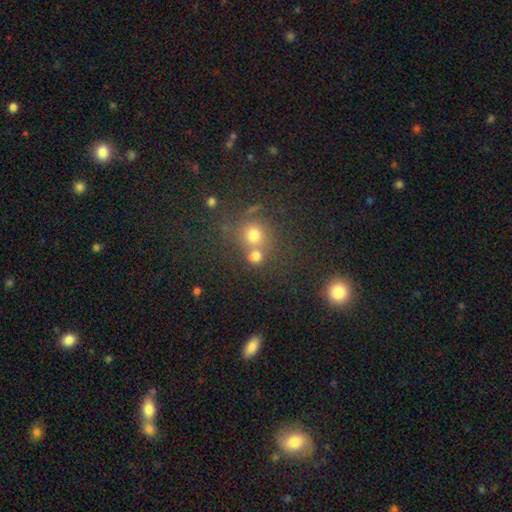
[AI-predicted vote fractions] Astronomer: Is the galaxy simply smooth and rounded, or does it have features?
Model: smooth — 69%.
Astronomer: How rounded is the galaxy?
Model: round — 83%.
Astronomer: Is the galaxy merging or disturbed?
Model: none — 52% (runner-up: merger, 35%).